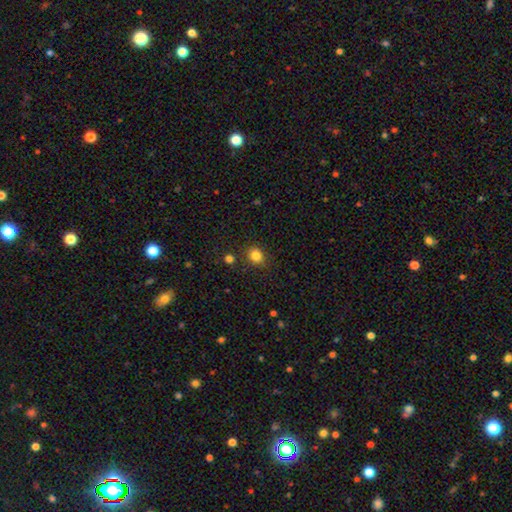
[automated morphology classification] Overall: smooth (83%). How rounded: round (72%). Merging: none (84%).